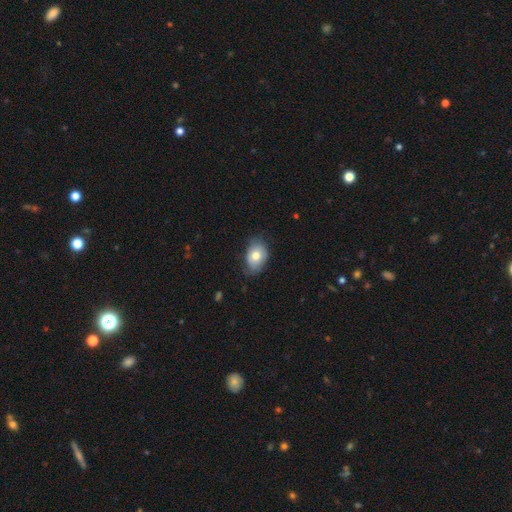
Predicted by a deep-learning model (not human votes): A smooth galaxy with no disk features (73%) that is in between round and cigar-shaped (77%).

Vote fractions:
- Smooth or featured? smooth: 73% / featured or disk: 20% / star or artifact: 8%
- How rounded? in between: 77% / round: 22% / cigar-shaped: 1%
- Merging? none: 67% / minor disturbance: 26% / major disturbance: 5% / merger: 1%